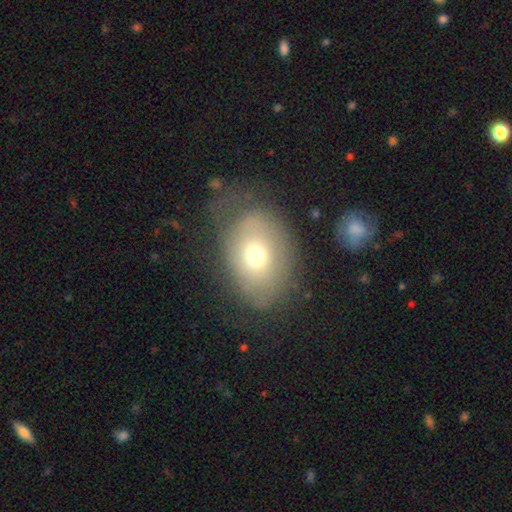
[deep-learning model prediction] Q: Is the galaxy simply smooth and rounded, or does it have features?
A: smooth — 62%.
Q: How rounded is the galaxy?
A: in between — 72%.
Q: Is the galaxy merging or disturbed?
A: none — 52%.